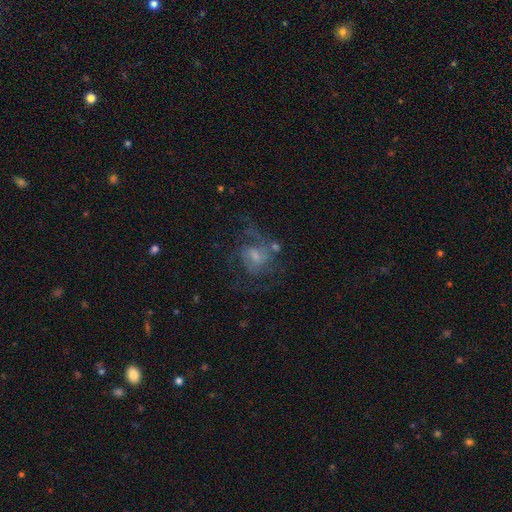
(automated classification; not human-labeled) A featured or disk galaxy (72%) with a weak bar (48%), 2 (49%) medium (49%) spiral arms (87%) and a small central bulge (45%). Merging: none (55%).